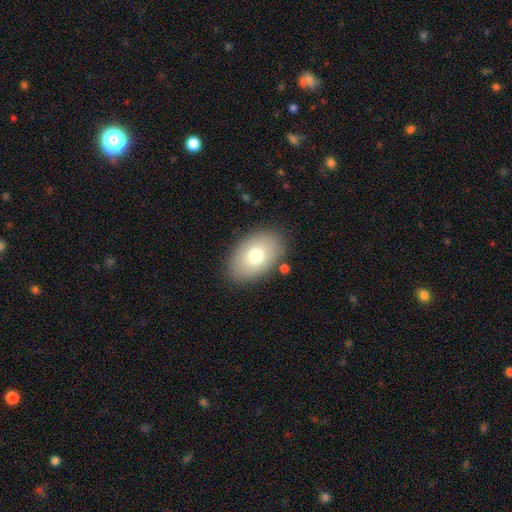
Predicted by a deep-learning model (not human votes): Overall: smooth (74%). How rounded: in between (88%). Merging: none (84%).